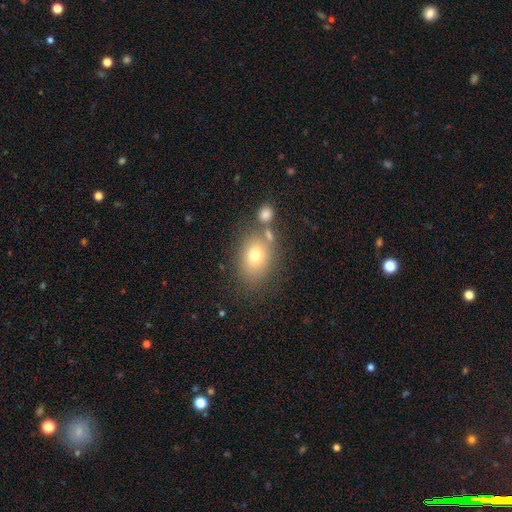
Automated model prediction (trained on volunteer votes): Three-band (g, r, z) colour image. It shows a smooth galaxy with no disk features (73%) that is in between round and cigar-shaped (66%). Merging: none (65%).